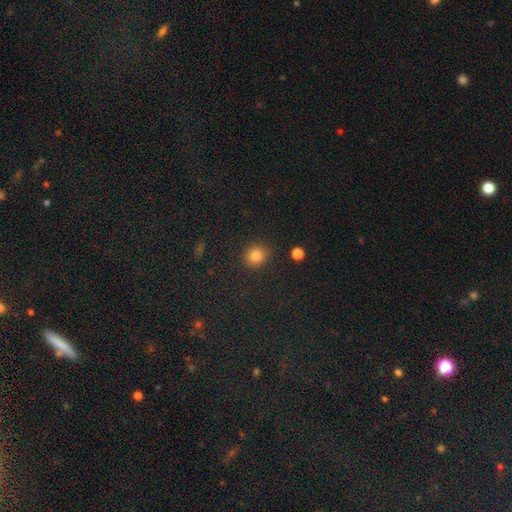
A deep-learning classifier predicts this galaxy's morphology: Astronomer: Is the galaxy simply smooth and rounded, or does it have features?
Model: smooth — 83%.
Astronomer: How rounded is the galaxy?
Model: round — 82%.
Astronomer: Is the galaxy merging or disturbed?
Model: none — 89%.